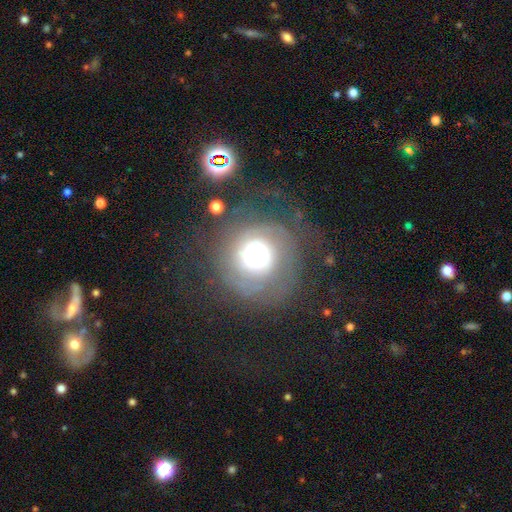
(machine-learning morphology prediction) Smooth or featured: featured or disk — 60% (smooth — 27%)
Edge-on disk: no — 97% (yes — 3%)
Bar: no — 74% (weak — 19%)
Spiral arms: yes — 76% (no — 24%)
Bulge size: large — 50% (dominant — 26%)
Merging: none — 57% (major disturbance — 22%)